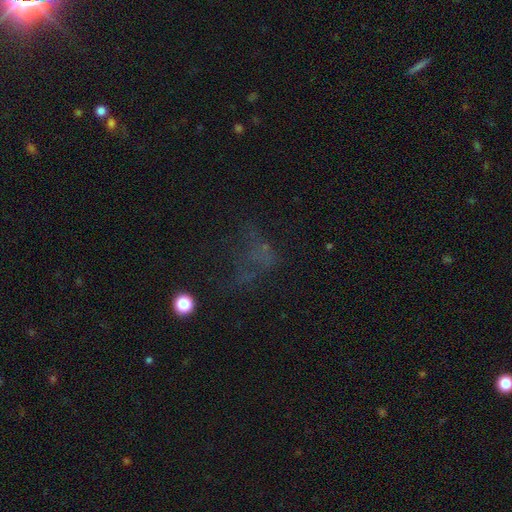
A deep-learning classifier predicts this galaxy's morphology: smooth_or_featured: star or artifact (p=0.40) [alt: smooth p=0.31]